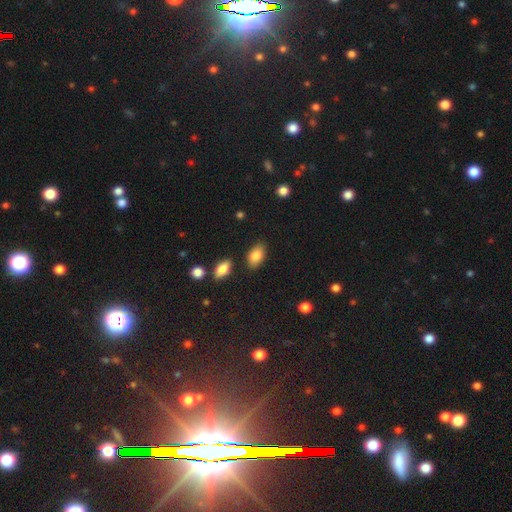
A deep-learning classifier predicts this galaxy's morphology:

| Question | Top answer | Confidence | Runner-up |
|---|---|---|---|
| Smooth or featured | smooth | 85% | featured or disk (8%) |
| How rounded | in between | 90% | round (8%) |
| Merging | none | 83% | minor disturbance (11%) |